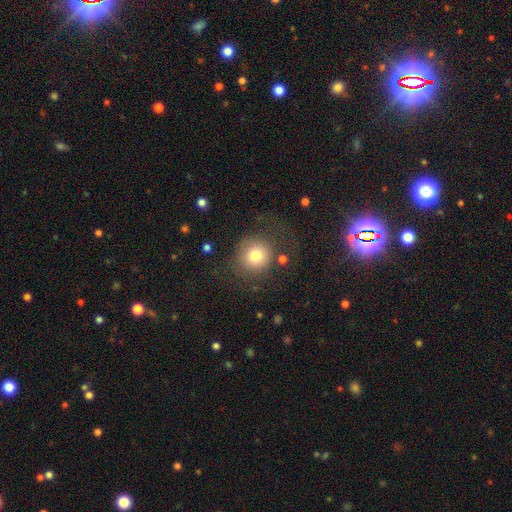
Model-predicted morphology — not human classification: This is likely a smooth galaxy (75%). How rounded: clearly round (91%). Merging: likely none (65%).